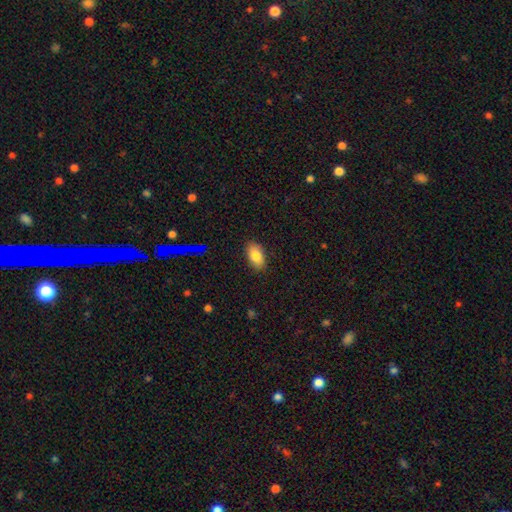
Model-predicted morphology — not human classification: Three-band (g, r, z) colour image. It shows a smooth galaxy with no disk features (82%) that is in between round and cigar-shaped (92%). Merging: none (88%).